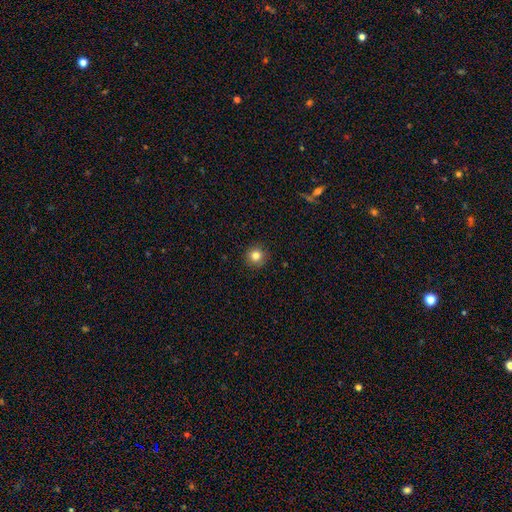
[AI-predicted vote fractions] The model was most divided on "smooth or featured": smooth: 82%, star or artifact: 12%, featured or disk: 6%. More confident: how rounded — round (95%); merging — none (91%).